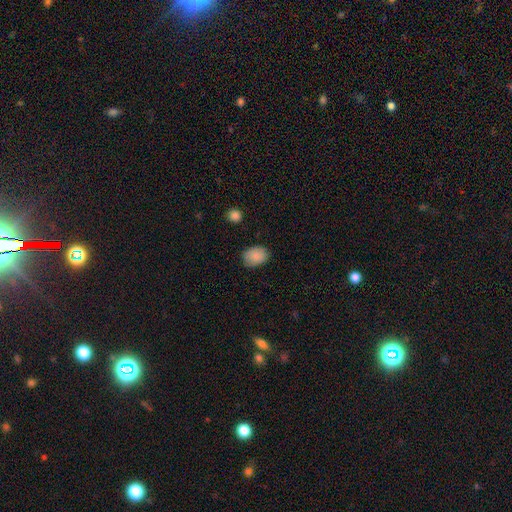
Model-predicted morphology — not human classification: The model was most divided on "how rounded": in between: 72%, round: 27%, cigar-shaped: 1%. More confident: smooth or featured — smooth (88%); merging — none (81%).